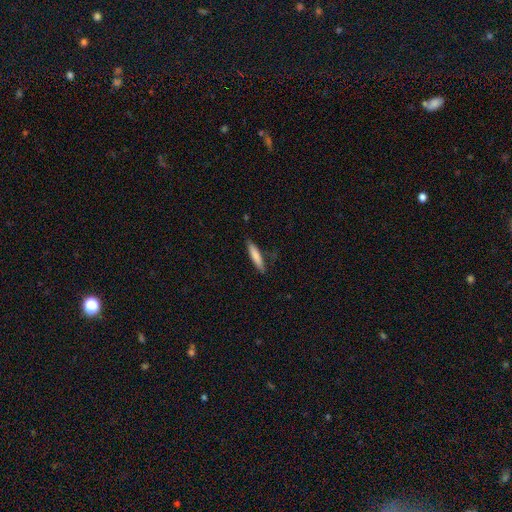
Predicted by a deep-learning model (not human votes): A smooth galaxy with no disk features (79%) that is cigar-shaped (85%).

Vote fractions:
- Smooth or featured? smooth: 79% / featured or disk: 16% / star or artifact: 6%
- How rounded? cigar-shaped: 85% / in between: 13% / round: 1%
- Merging? none: 82% / minor disturbance: 14% / major disturbance: 3% / merger: 2%